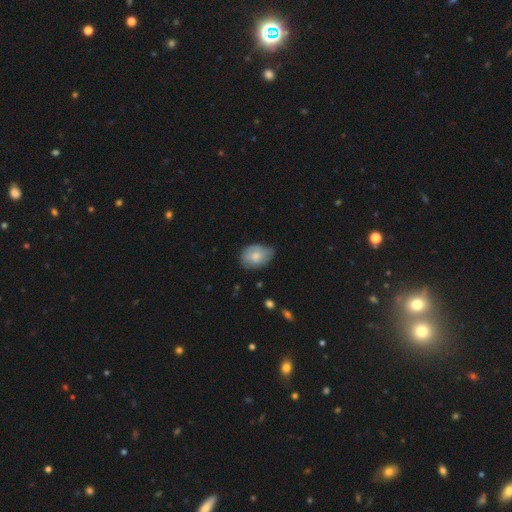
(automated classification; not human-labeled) This appears to be a smooth galaxy with no disk features (68%) that is in between round and cigar-shaped (76%). Merging: none (55%).